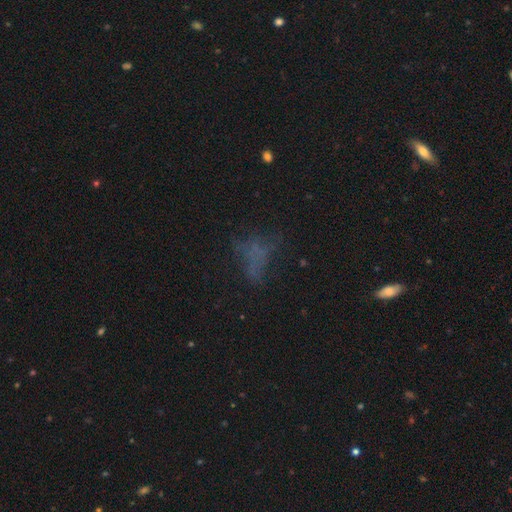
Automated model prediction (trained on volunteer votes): Smooth or featured? Predicted: smooth (p=0.39). Merging? Predicted: none (p=0.47).